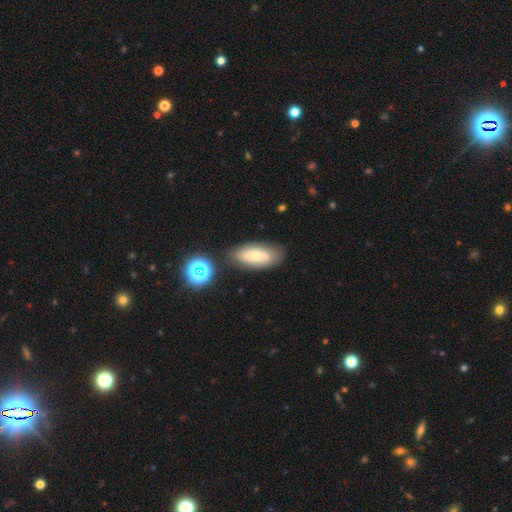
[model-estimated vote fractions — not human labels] Overall: smooth (57%; featured or disk 34%). How rounded: in between (84%). Merging: none (75%).